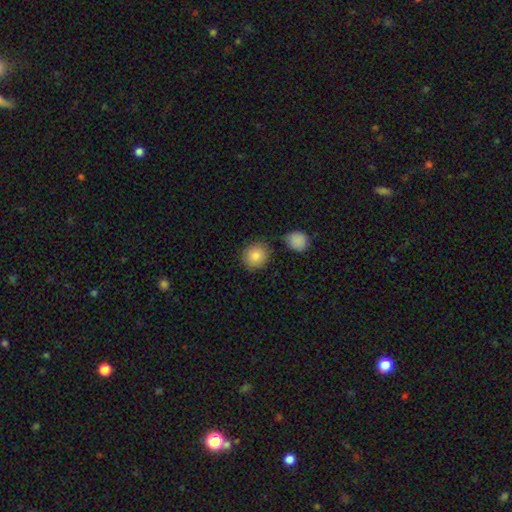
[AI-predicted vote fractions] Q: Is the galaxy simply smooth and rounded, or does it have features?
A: smooth — 86%.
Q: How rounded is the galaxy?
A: round — 85%.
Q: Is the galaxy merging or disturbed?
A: none — 77%.